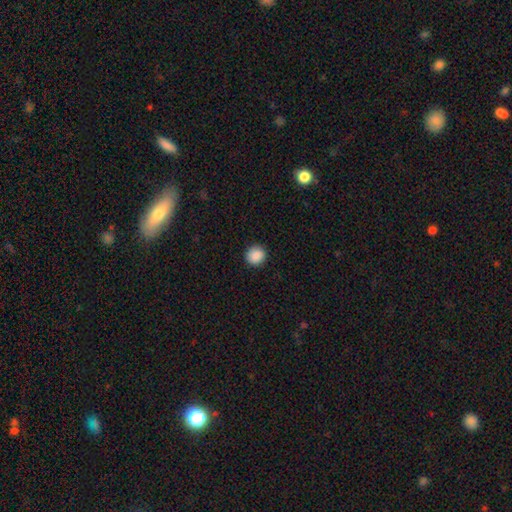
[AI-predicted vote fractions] Smooth or featured? Predicted: smooth (p=0.89). How rounded? Predicted: round (p=0.89). Merging? Predicted: none (p=0.91).